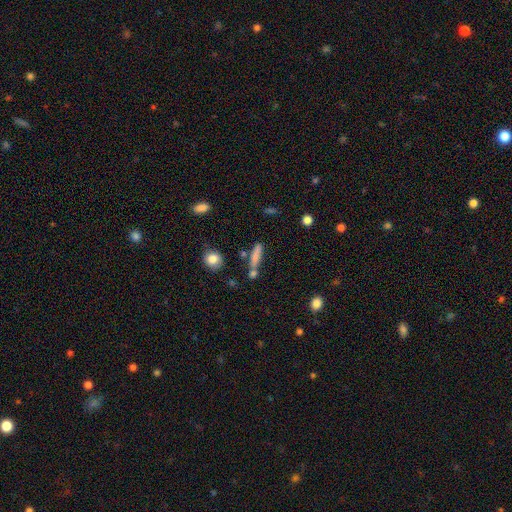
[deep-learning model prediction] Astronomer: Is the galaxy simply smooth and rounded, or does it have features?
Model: smooth — 74%.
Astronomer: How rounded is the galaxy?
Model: cigar-shaped — 77%.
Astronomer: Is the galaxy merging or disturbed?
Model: none — 60%.